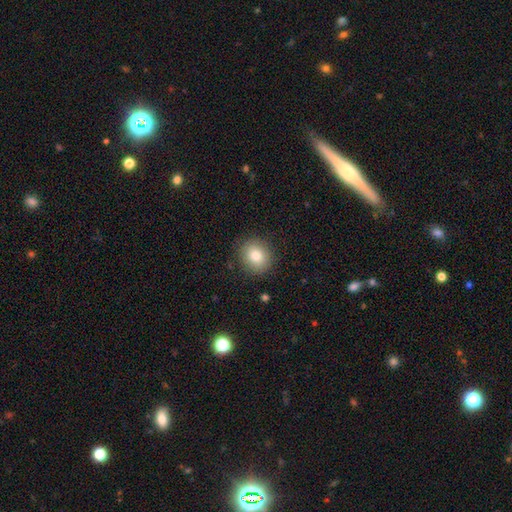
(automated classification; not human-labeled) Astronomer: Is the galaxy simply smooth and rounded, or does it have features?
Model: smooth — 82%.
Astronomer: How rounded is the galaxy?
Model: round — 78%.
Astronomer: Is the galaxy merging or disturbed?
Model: none — 87%.